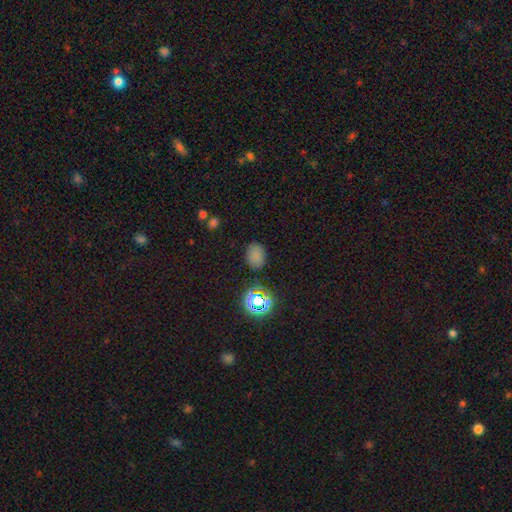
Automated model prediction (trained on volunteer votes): This is likely a smooth galaxy (72%). How rounded: likely in between (64%). Merging: clearly none (80%).